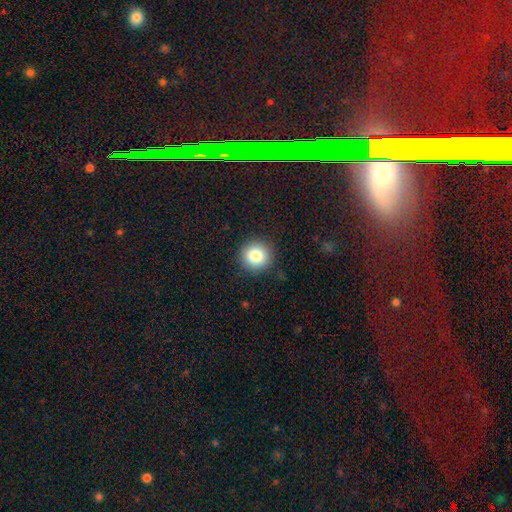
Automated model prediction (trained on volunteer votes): Smooth or featured: smooth — 82% (star or artifact — 10%)
How rounded: round — 93% (in between — 6%)
Merging: none — 90% (minor disturbance — 7%)